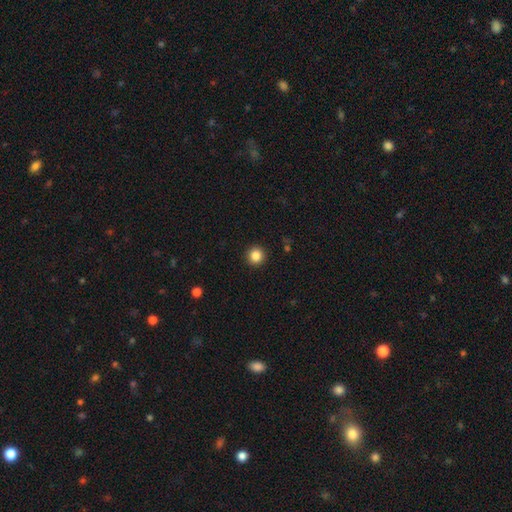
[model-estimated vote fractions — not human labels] Overall: smooth (85%). How rounded: round (95%). Merging: none (93%).